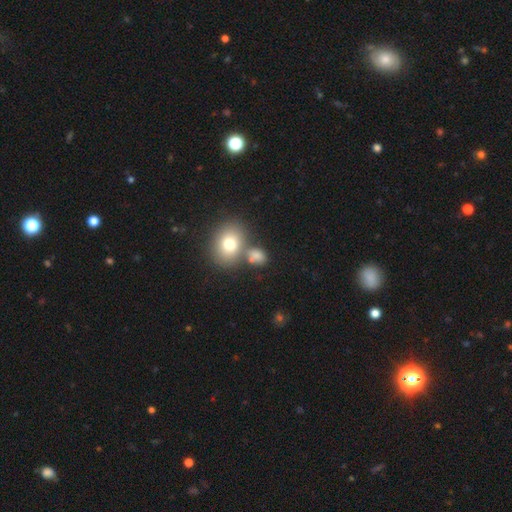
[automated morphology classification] Smooth or featured?
  - smooth: 77% *
  - star or artifact: 12%
  - featured or disk: 11%
How rounded?
  - in between: 57% *
  - round: 42%
  - cigar-shaped: 2%
Merging?
  - none: 52% *
  - merger: 29%
  - minor disturbance: 13%
  - major disturbance: 6%